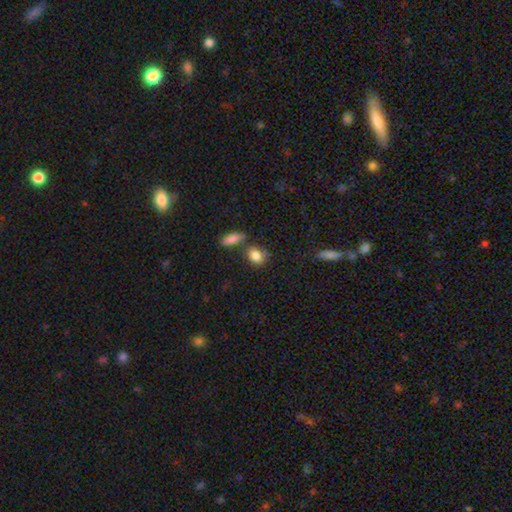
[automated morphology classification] smooth_or_featured: smooth (p=0.85) [alt: star or artifact p=0.08]
how_rounded: in between (p=0.71) [alt: round p=0.26]
merging: none (p=0.59) [alt: merger p=0.19]